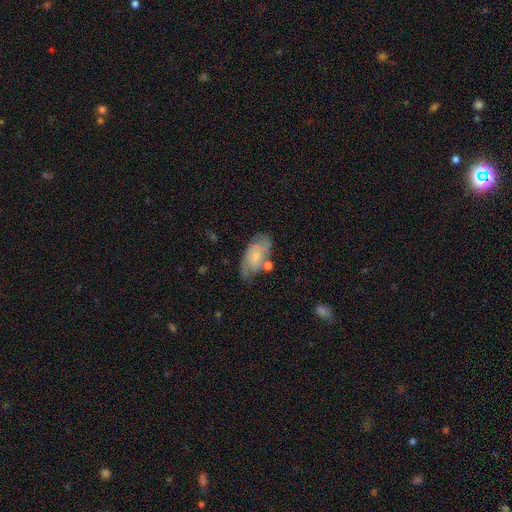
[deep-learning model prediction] Morphology: type=featured or disk (47%); merging=none (53%).